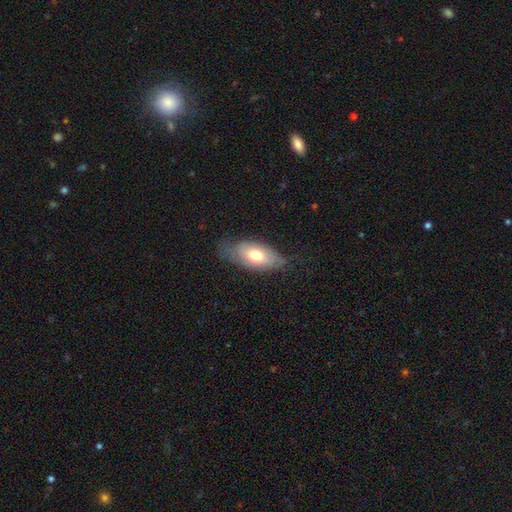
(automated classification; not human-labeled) smooth_or_featured: smooth (p=0.65) [alt: featured or disk p=0.29]
how_rounded: in between (p=0.89) [alt: cigar-shaped p=0.08]
merging: none (p=0.61) [alt: minor disturbance p=0.29]